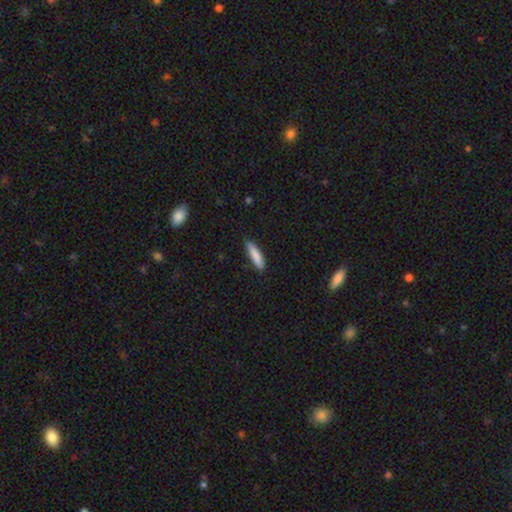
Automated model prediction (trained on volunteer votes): Smooth or featured?
  - smooth: 86% *
  - featured or disk: 8%
  - star or artifact: 6%
How rounded?
  - cigar-shaped: 74% *
  - in between: 25%
  - round: 1%
Merging?
  - none: 85% *
  - minor disturbance: 12%
  - major disturbance: 2%
  - merger: 1%